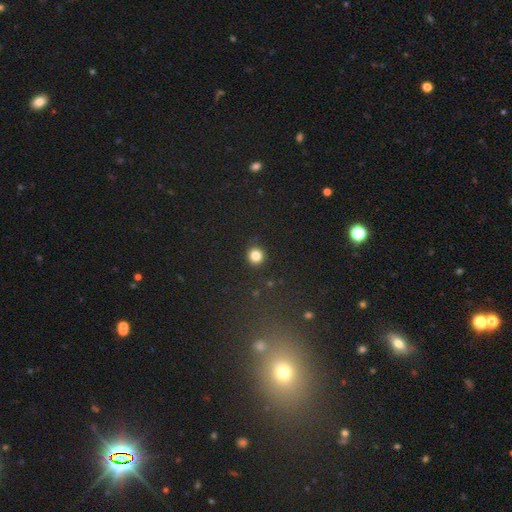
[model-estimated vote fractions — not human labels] A smooth galaxy with no disk features (83%) that is round (92%).

Vote fractions:
- Smooth or featured? smooth: 83% / star or artifact: 12% / featured or disk: 5%
- How rounded? round: 92% / in between: 7% / cigar-shaped: 1%
- Merging? none: 92% / minor disturbance: 5% / major disturbance: 2% / merger: 1%